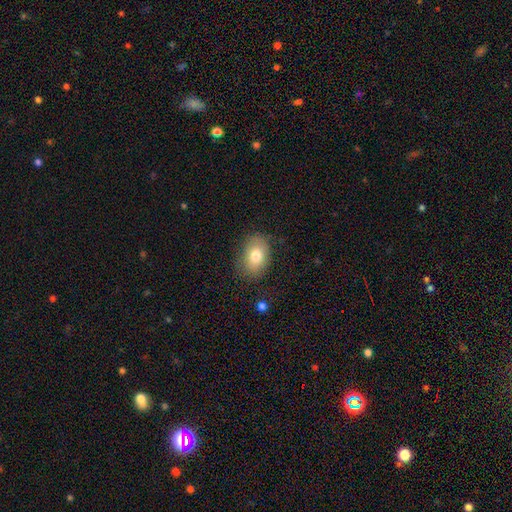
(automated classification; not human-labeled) The model was most divided on "how rounded": in between: 80%, round: 19%, cigar-shaped: 1%. More confident: merging — none (80%); smooth or featured — smooth (78%).